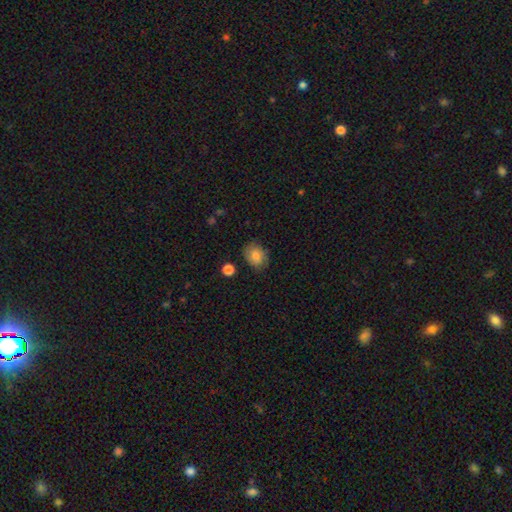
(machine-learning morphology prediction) Smooth or featured: smooth — 78% (featured or disk — 14%)
How rounded: in between — 54% (round — 45%)
Merging: none — 76% (minor disturbance — 18%)